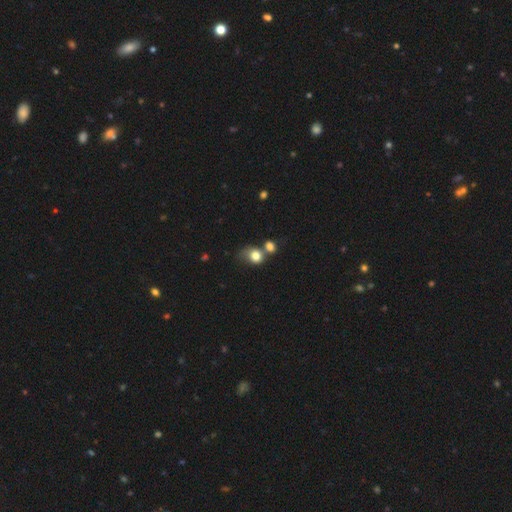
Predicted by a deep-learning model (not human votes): A smooth galaxy with no disk features (80%) that is round (58%).

Vote fractions:
- Smooth or featured? smooth: 80% / featured or disk: 10% / star or artifact: 10%
- How rounded? round: 58% / in between: 41% / cigar-shaped: 1%
- Merging? merger: 46% / none: 29% / minor disturbance: 15% / major disturbance: 10%